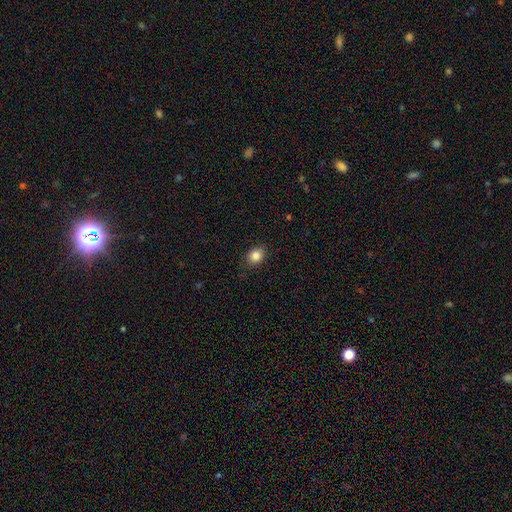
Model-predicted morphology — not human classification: Overall: smooth (85%). How rounded: in between (53%; round 46%). Merging: none (86%).